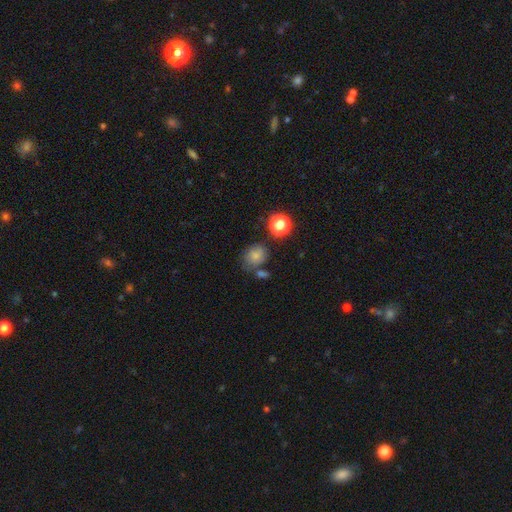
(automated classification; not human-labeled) Smooth or featured? Predicted: smooth (p=0.71). How rounded? Predicted: round (p=0.62). Merging? Predicted: none (p=0.61).